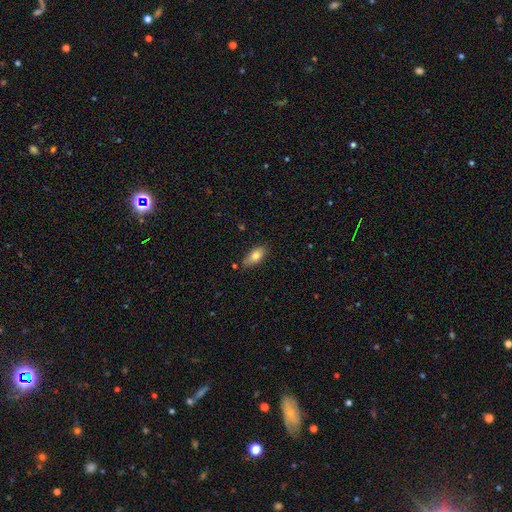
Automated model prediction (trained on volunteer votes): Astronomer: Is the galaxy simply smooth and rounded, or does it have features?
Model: smooth — 78%.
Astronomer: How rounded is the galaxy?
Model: in between — 86%.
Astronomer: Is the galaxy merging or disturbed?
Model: none — 76%.